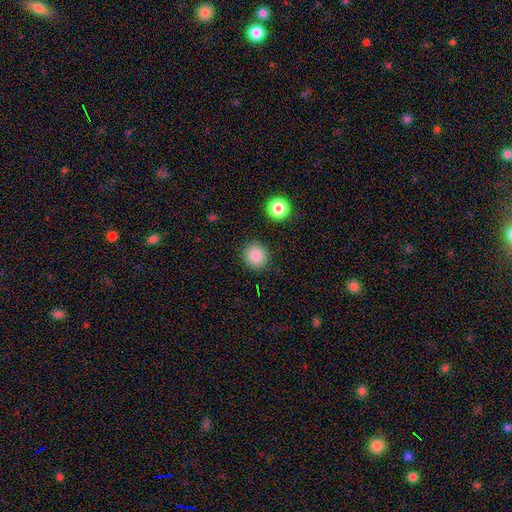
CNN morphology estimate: Smooth or featured?
  - smooth: 85% *
  - star or artifact: 10%
  - featured or disk: 5%
How rounded?
  - round: 88% *
  - in between: 11%
  - cigar-shaped: 1%
Merging?
  - none: 88% *
  - minor disturbance: 7%
  - major disturbance: 3%
  - merger: 2%